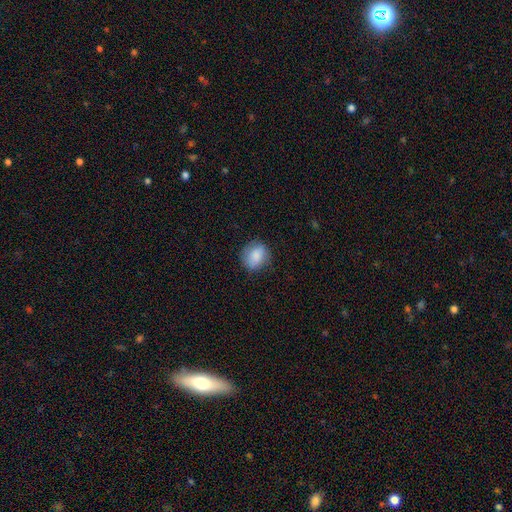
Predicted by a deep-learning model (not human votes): smooth_or_featured: smooth (p=0.83) [alt: featured or disk p=0.10]
how_rounded: round (p=0.66) [alt: in between p=0.33]
merging: none (p=0.78) [alt: minor disturbance p=0.17]